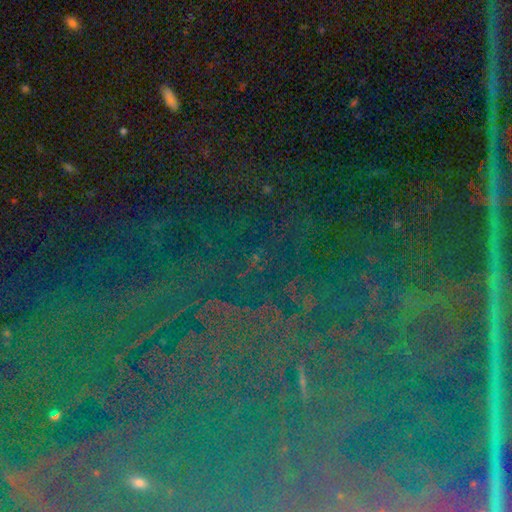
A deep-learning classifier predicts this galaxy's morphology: type=star or artifact (85%).